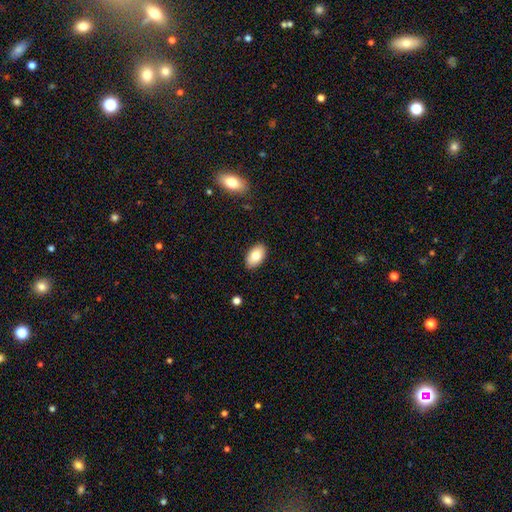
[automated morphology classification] Overall: smooth (80%). How rounded: in between (93%). Merging: none (88%).